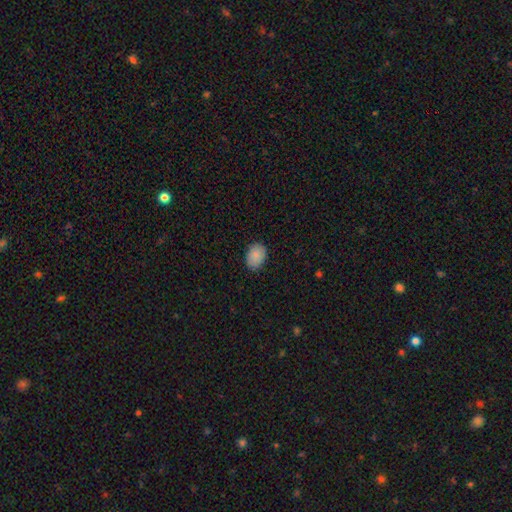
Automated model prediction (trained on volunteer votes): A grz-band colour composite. It shows a smooth galaxy with no disk features (88%) that is in between round and cigar-shaped (74%). Merging: none (85%).